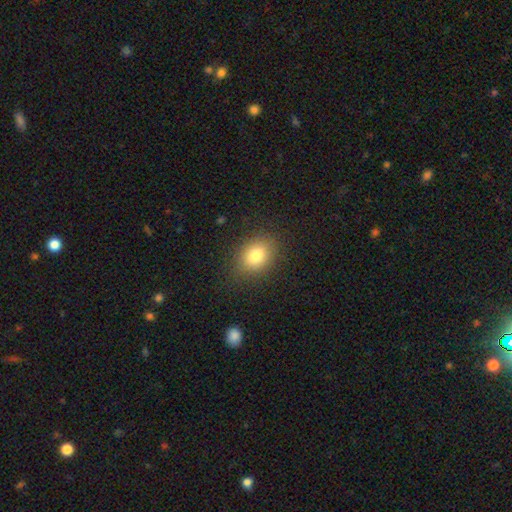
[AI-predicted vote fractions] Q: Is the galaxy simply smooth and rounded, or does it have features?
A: smooth — 81%.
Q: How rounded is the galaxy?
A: in between — 61%.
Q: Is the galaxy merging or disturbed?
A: none — 85%.